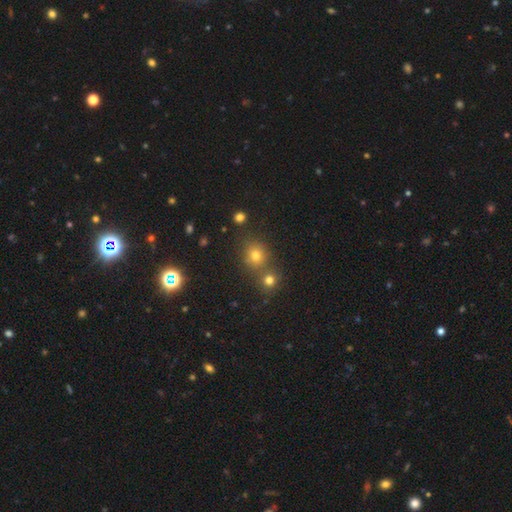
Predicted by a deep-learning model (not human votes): smooth-or-featured: smooth: 65% | star or artifact: 27% | featured or disk: 8%
  how-rounded: round: 81% | in between: 17% | cigar-shaped: 1%
  merging: none: 65% | merger: 23% | minor disturbance: 8% | major disturbance: 3%